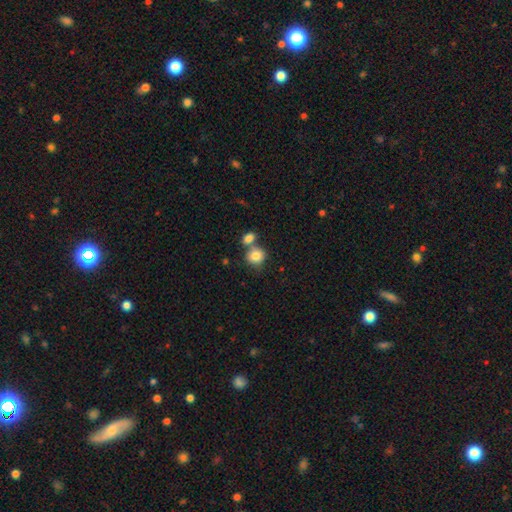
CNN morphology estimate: This appears to be a smooth galaxy with no disk features (82%) that is round (74%). Merging: none (47%).